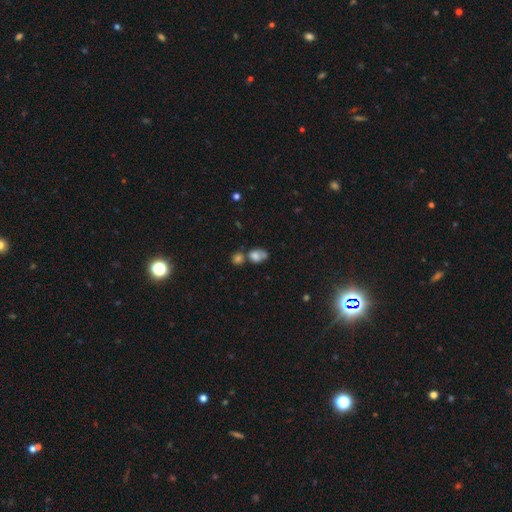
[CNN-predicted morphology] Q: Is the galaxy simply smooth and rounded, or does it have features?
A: smooth — 73%.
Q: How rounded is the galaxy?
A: in between — 63%.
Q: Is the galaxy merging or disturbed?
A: merger — 41%.